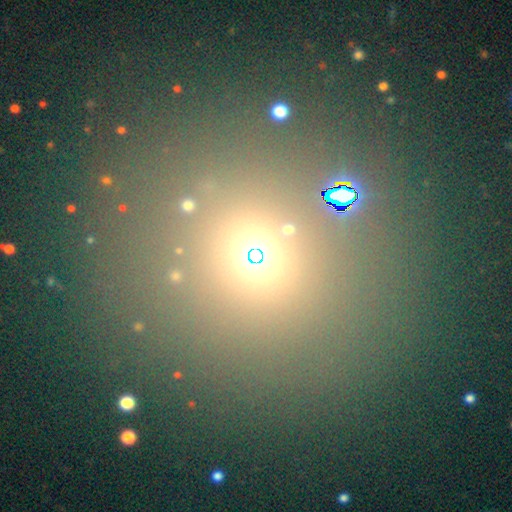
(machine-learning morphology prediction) This is possibly a smooth galaxy (53%). How rounded: likely round (77%). Merging: likely none (76%).